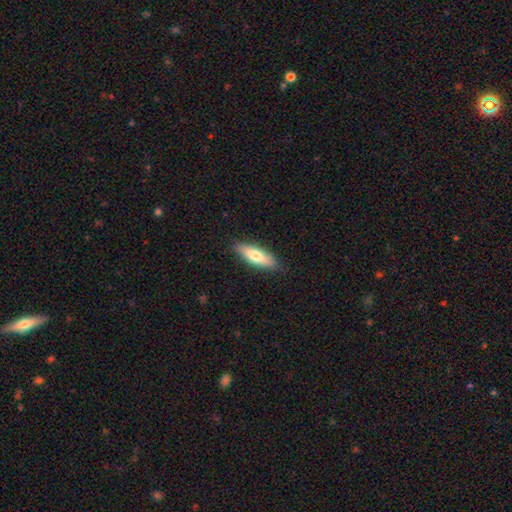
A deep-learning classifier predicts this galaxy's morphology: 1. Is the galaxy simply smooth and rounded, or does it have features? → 68% smooth, 27% featured or disk, 6% star or artifact.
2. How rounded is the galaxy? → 53% in between, 45% cigar-shaped, 2% round.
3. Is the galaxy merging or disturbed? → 85% none, 12% minor disturbance, 2% major disturbance, 1% merger.